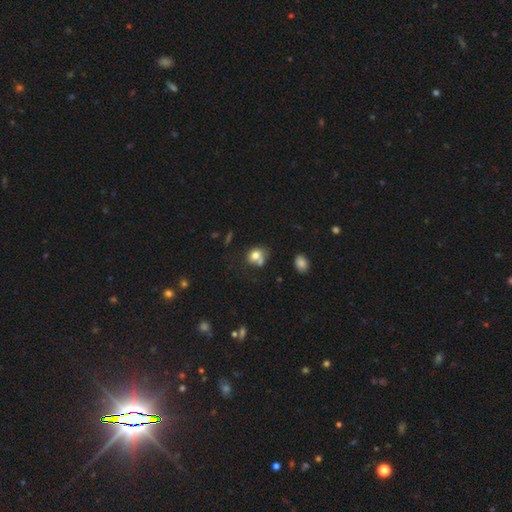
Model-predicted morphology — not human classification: smooth_or_featured: smooth (p=0.75) [alt: featured or disk p=0.14]
how_rounded: round (p=0.55) [alt: in between p=0.44]
merging: none (p=0.42) [alt: merger p=0.35]